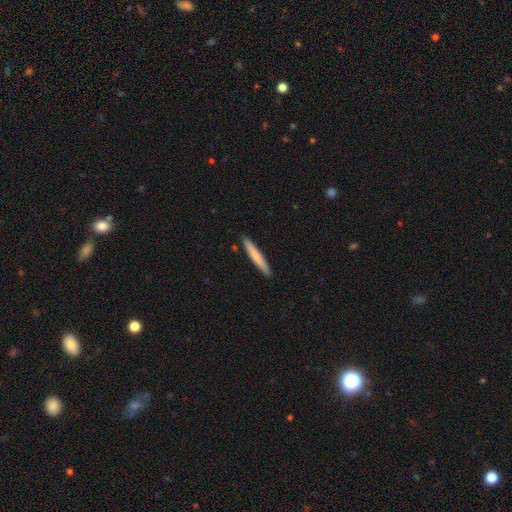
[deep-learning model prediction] smooth-or-featured: smooth: 74% | featured or disk: 21% | star or artifact: 5%
  how-rounded: cigar-shaped: 96% | in between: 3% | round: 1%
  merging: none: 91% | minor disturbance: 6% | major disturbance: 1% | merger: 1%